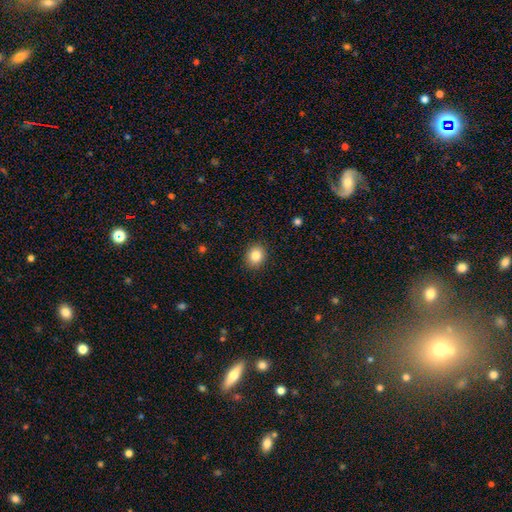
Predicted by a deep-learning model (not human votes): This appears to be a smooth galaxy with no disk features (84%) that is round (68%). Merging: none (90%).